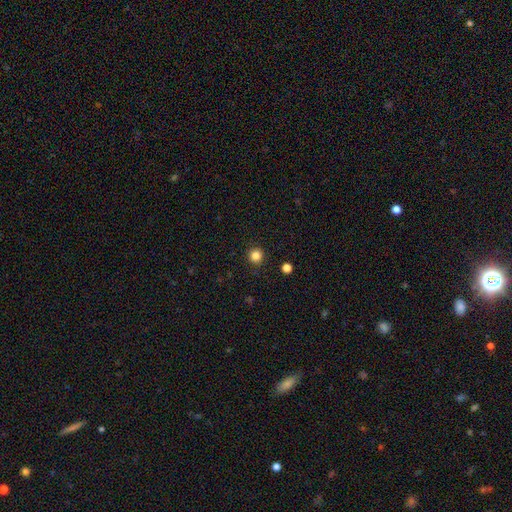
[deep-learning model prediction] This is clearly a smooth galaxy (84%). How rounded: clearly round (95%). Merging: clearly none (92%).